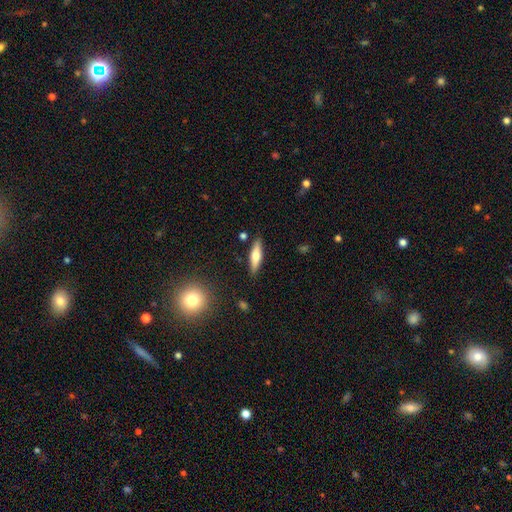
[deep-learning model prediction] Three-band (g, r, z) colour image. It shows a smooth galaxy with no disk features (52%) that is cigar-shaped (68%). Merging: none (86%).